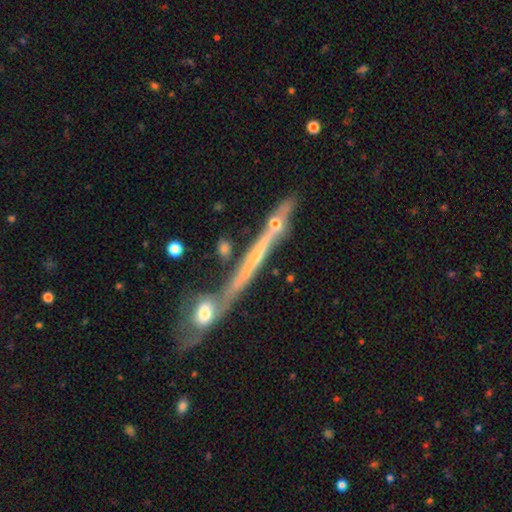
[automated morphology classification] featured or disk 69%, smooth 21%, star or artifact 10%. Down the decision tree: edge-on disk — yes (89%); edge-on bulge — none (71%); merging — none (51%).